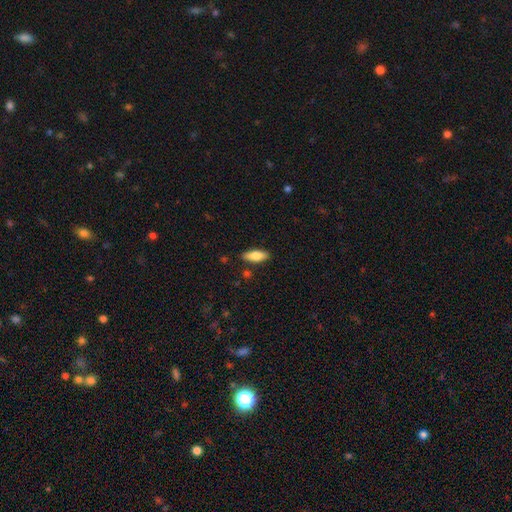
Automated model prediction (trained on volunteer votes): This is likely a smooth galaxy (76%). How rounded: likely in between (74%). Merging: clearly none (86%).